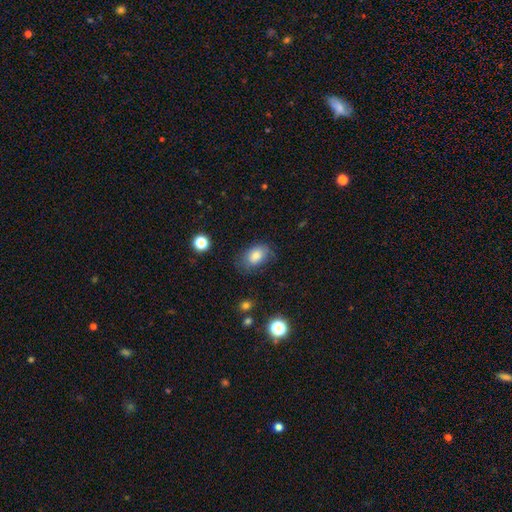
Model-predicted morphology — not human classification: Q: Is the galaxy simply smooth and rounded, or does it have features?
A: smooth — 82%.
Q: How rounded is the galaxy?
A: in between — 88%.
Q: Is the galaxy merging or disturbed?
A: none — 72%.